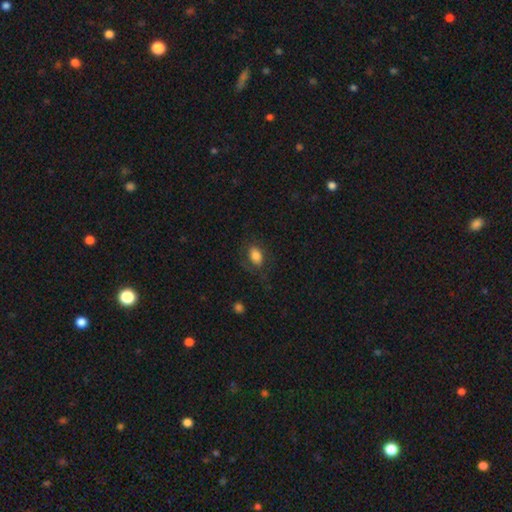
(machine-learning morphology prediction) A smooth galaxy with no disk features (80%) that is in between round and cigar-shaped (82%). Merging: none (69%).